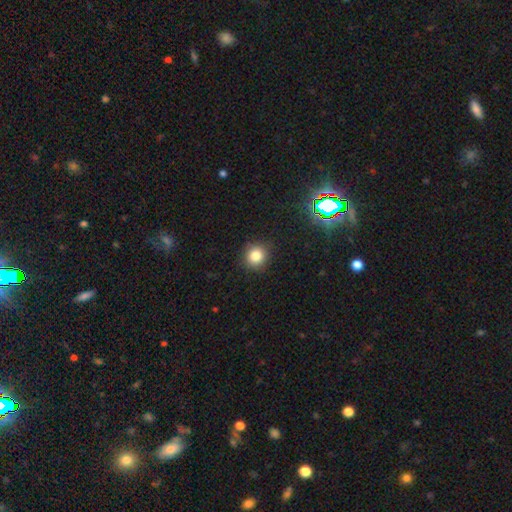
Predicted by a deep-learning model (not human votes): Smooth or featured?
  - smooth: 82% *
  - star or artifact: 13%
  - featured or disk: 5%
How rounded?
  - round: 89% *
  - in between: 10%
  - cigar-shaped: 1%
Merging?
  - none: 89% *
  - minor disturbance: 8%
  - major disturbance: 2%
  - merger: 1%